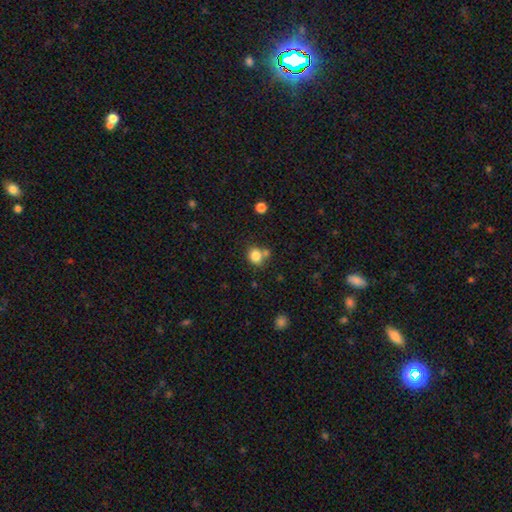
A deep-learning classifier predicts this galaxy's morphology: Q: Smooth or featured?
A: smooth (82%); runner-up: star or artifact (11%)
Q: How rounded?
A: round (72%); runner-up: in between (27%)
Q: Merging?
A: none (59%); runner-up: merger (25%)